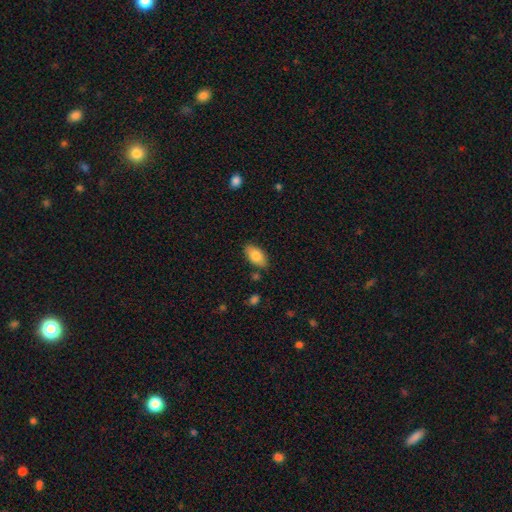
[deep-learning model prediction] Q: Smooth or featured?
A: smooth (82%); runner-up: featured or disk (11%)
Q: How rounded?
A: in between (93%); runner-up: cigar-shaped (4%)
Q: Merging?
A: none (83%); runner-up: minor disturbance (12%)